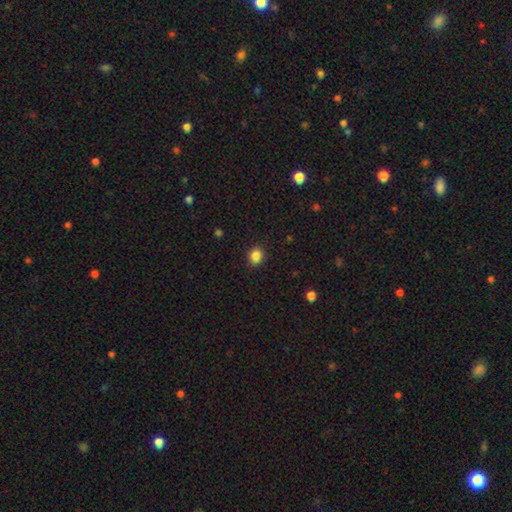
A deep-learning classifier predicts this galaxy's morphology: Smooth or featured? Predicted: smooth (p=0.85). How rounded? Predicted: round (p=0.74). Merging? Predicted: none (p=0.90).